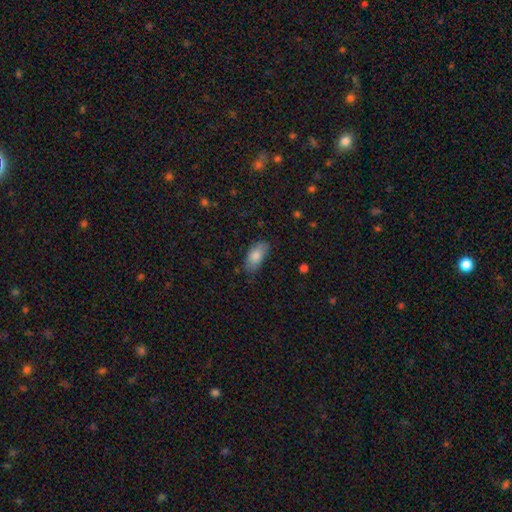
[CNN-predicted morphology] Q: Smooth or featured?
A: smooth (83%); runner-up: featured or disk (10%)
Q: How rounded?
A: in between (90%); runner-up: cigar-shaped (7%)
Q: Merging?
A: none (72%); runner-up: minor disturbance (22%)